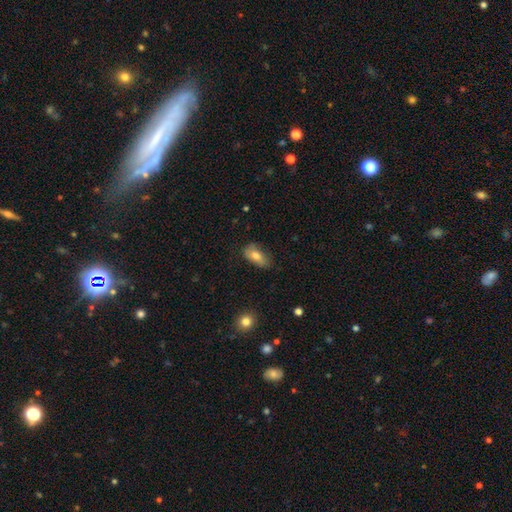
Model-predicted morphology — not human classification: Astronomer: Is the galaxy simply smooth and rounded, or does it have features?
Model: smooth — 73%.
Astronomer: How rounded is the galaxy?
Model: in between — 88%.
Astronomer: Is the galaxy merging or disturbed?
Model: none — 62%.